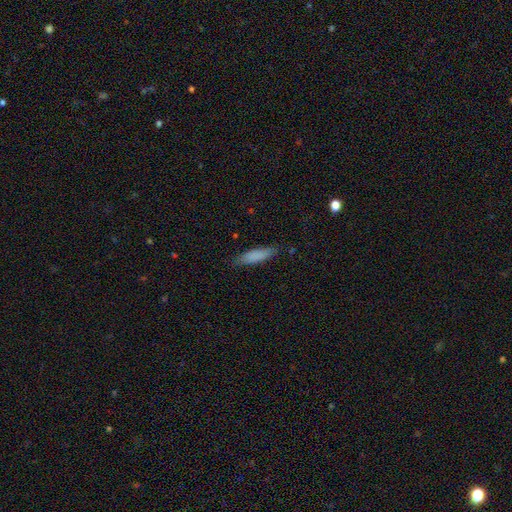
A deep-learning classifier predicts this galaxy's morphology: Overall: smooth (82%). How rounded: cigar-shaped (70%). Merging: none (83%).